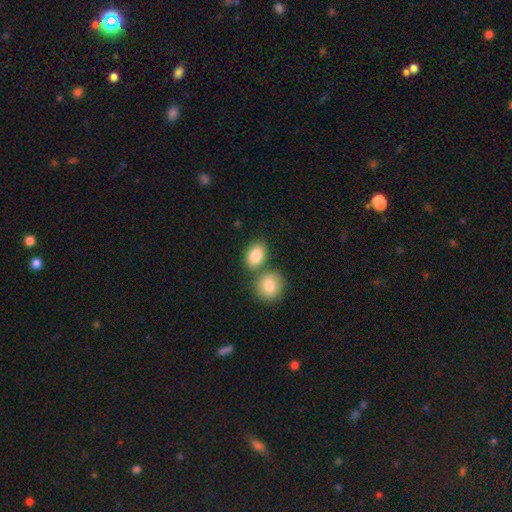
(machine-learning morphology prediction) Smooth or featured? Predicted: smooth (p=0.85). How rounded? Predicted: in between (p=0.77). Merging? Predicted: none (p=0.58).